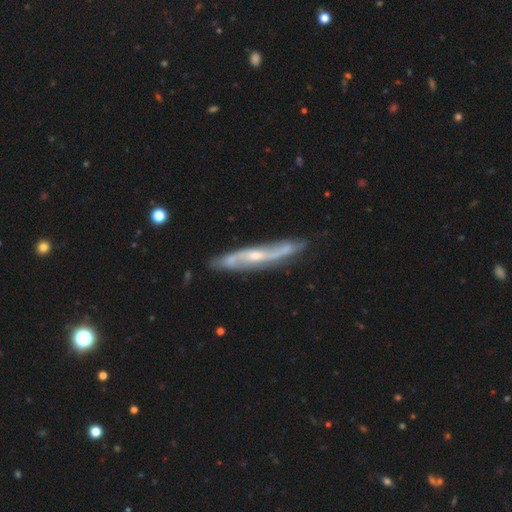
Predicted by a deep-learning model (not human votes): This appears to be a featured or disk galaxy (82%). Merging: none (77%).